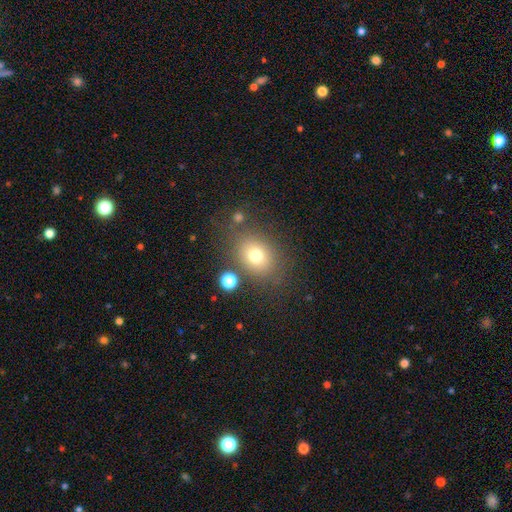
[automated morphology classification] smooth 74%, star or artifact 14%, featured or disk 12%. Down the decision tree: how rounded — in between (51%); merging — none (73%).